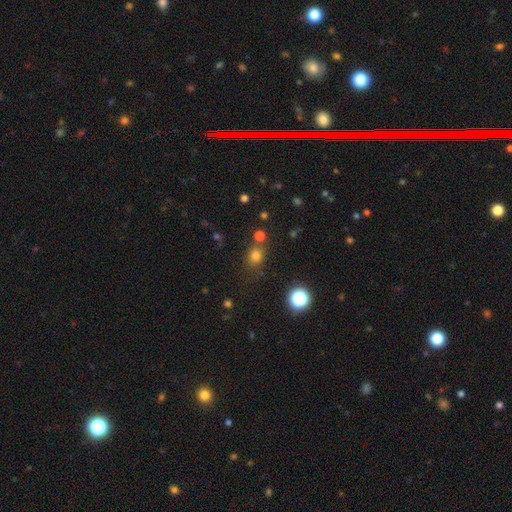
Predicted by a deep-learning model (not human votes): Smooth or featured? smooth (75%)
How rounded? round (73%)
Merging? none (72%)